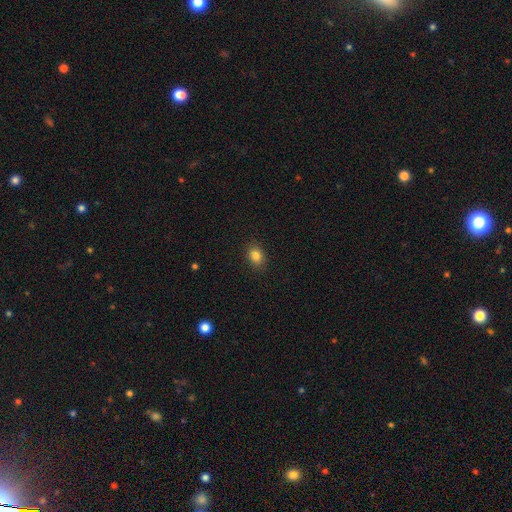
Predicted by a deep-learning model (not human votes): smooth 84%, star or artifact 11%, featured or disk 5%. Down the decision tree: how rounded — in between (65%); merging — none (87%).